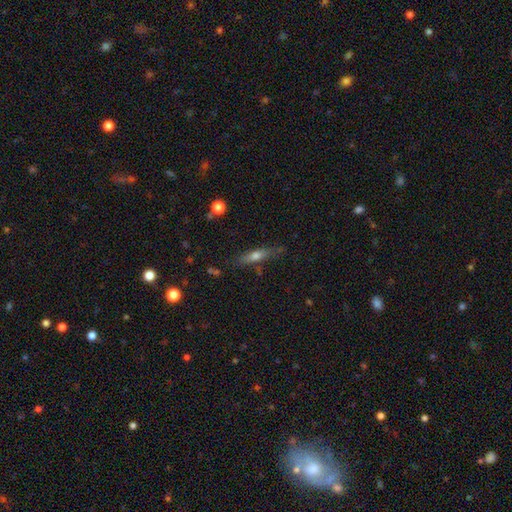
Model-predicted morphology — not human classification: Smooth or featured? Predicted: smooth (p=0.53). How rounded? Predicted: cigar-shaped (p=0.74). Merging? Predicted: none (p=0.74).